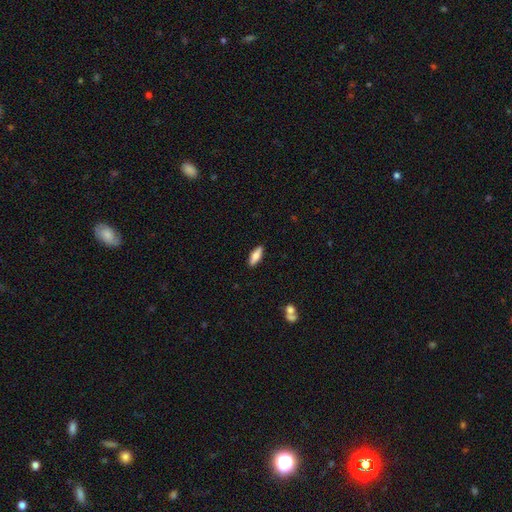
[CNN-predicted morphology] The model was most divided on "how rounded": in between: 64%, cigar-shaped: 34%, round: 2%. More confident: merging — none (89%); smooth or featured — smooth (74%).